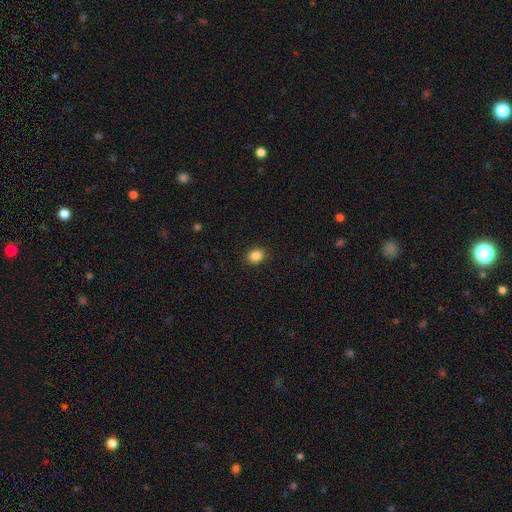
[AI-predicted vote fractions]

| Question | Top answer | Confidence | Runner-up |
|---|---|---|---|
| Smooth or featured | smooth | 86% | star or artifact (10%) |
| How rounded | round | 51% | in between (48%) |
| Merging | none | 89% | minor disturbance (8%) |